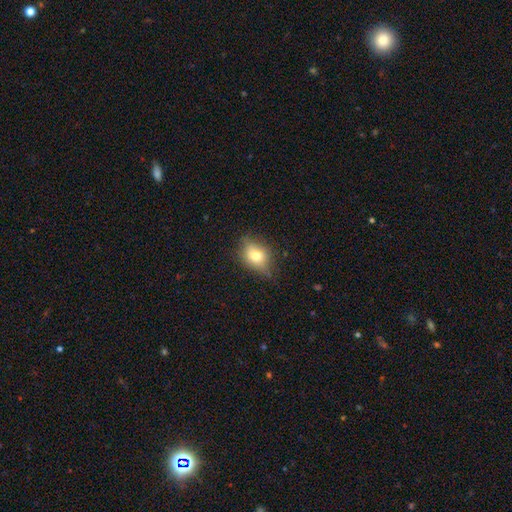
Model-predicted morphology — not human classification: The model was most divided on "how rounded": in between: 61%, round: 36%, cigar-shaped: 3%. More confident: smooth or featured — smooth (69%); merging — none (68%).